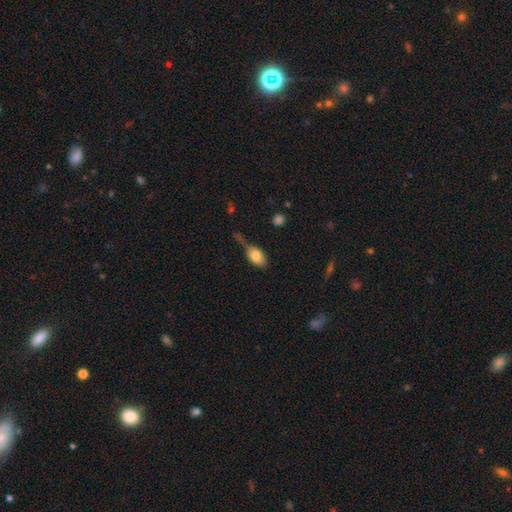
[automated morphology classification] Smooth or featured: smooth — 78% (featured or disk — 14%)
How rounded: in between — 87% (round — 10%)
Merging: none — 34% (minor disturbance — 28%)